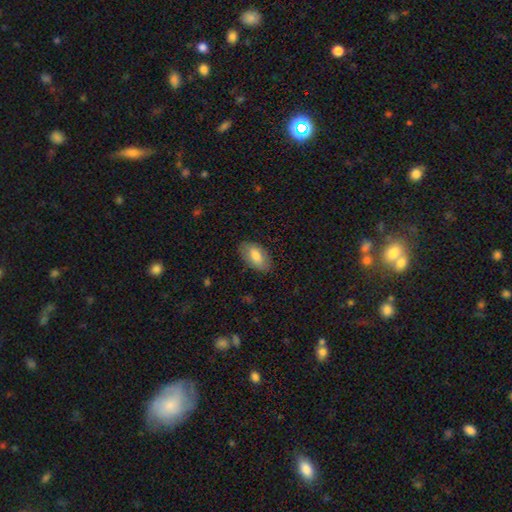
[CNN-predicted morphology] smooth-or-featured: smooth: 80% | featured or disk: 14% | star or artifact: 6%
  how-rounded: in between: 93% | round: 4% | cigar-shaped: 3%
  merging: none: 83% | minor disturbance: 13% | major disturbance: 3% | merger: 1%